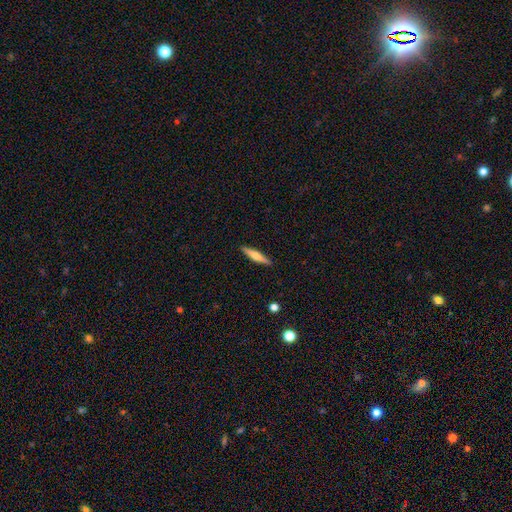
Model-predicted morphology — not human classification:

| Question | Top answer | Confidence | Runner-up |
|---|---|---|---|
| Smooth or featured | featured or disk | 47% | tied: smooth (47%) |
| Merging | none | 91% | minor disturbance (6%) |